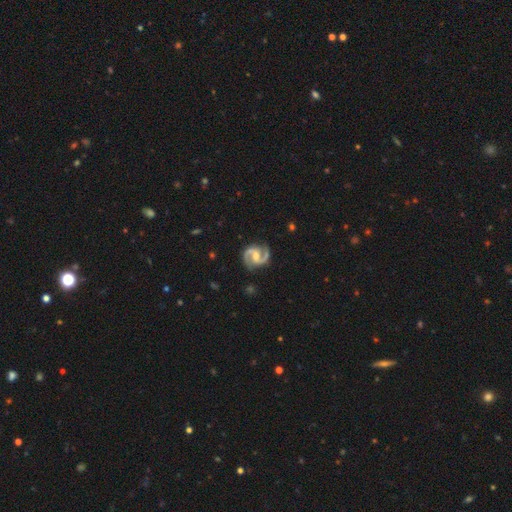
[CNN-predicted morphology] This is clearly a featured or disk galaxy (93%). It is clearly not viewed edge-on (98%). Bar: possibly weak (47%). Spiral arm pattern: clearly yes (99%). Spiral arm count: clearly 2 (95%). Spiral winding: likely medium (65%). Central bulge: possibly moderate (51%). Merging: clearly none (84%).